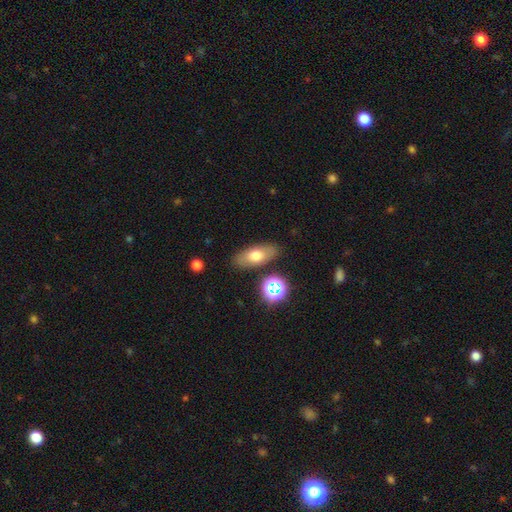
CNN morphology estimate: smooth-or-featured: smooth: 67% | featured or disk: 23% | star or artifact: 10%
  how-rounded: in between: 82% | cigar-shaped: 12% | round: 6%
  merging: none: 83% | minor disturbance: 10% | merger: 3% | major disturbance: 3%